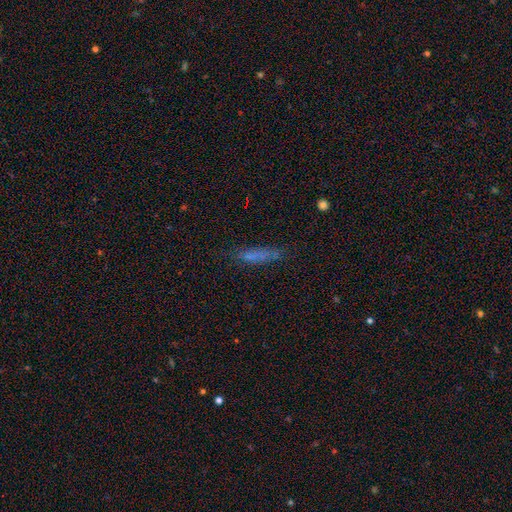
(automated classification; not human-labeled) Smooth or featured? Predicted: smooth (p=0.63). How rounded? Predicted: cigar-shaped (p=0.78). Merging? Predicted: none (p=0.68).